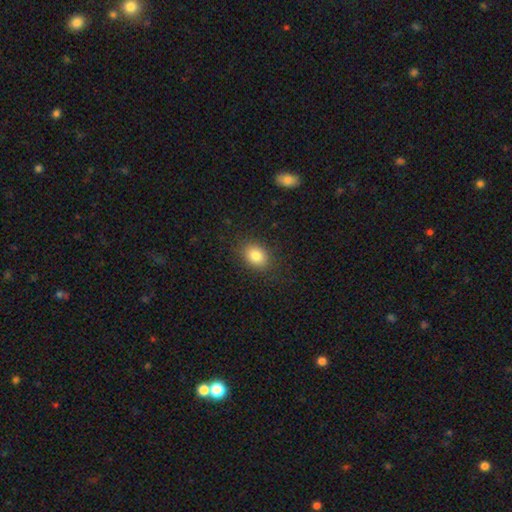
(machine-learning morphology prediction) type=smooth (83%); roundness=in between (63%); merging=none (85%).